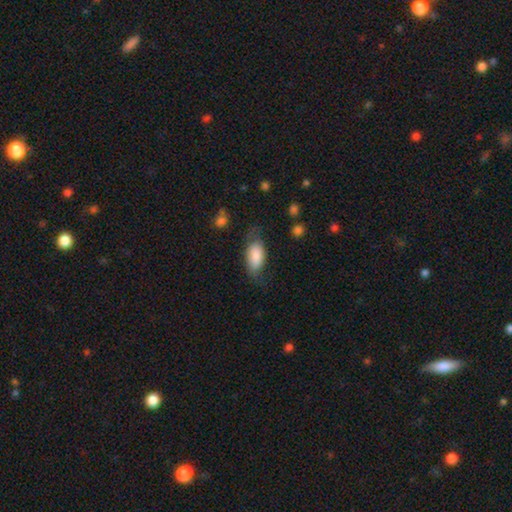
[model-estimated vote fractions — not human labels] smooth-or-featured: smooth: 81% | featured or disk: 12% | star or artifact: 6%
  how-rounded: in between: 90% | cigar-shaped: 7% | round: 3%
  merging: none: 60% | minor disturbance: 27% | major disturbance: 12% | merger: 2%